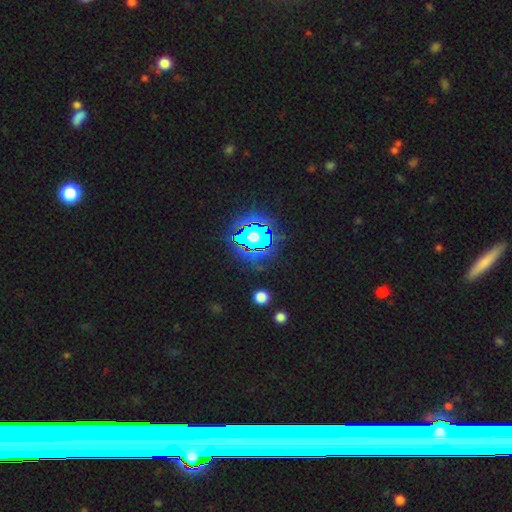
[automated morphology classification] This is likely a star or artifact rather than a galaxy (69%).